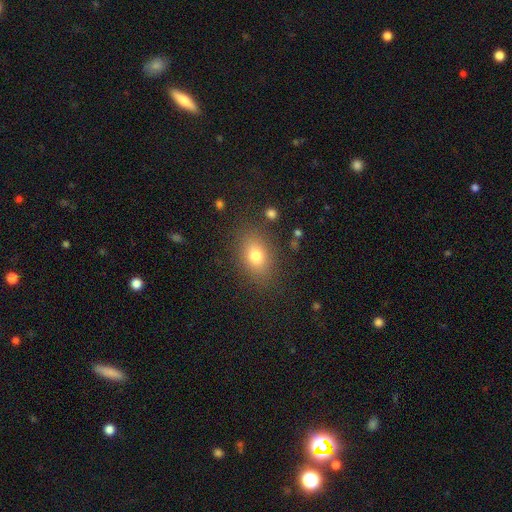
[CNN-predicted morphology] smooth-or-featured: smooth: 77% | star or artifact: 12% | featured or disk: 11%
  how-rounded: in between: 72% | round: 26% | cigar-shaped: 2%
  merging: none: 83% | minor disturbance: 11% | major disturbance: 5% | merger: 2%